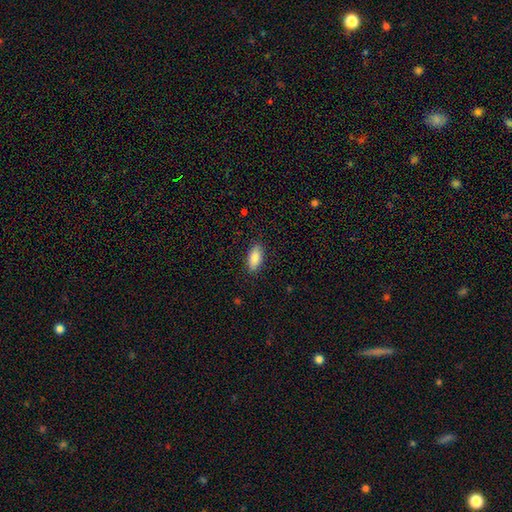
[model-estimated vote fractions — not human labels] smooth 89%, star or artifact 7%, featured or disk 5%. Down the decision tree: how rounded — in between (90%); merging — none (87%).